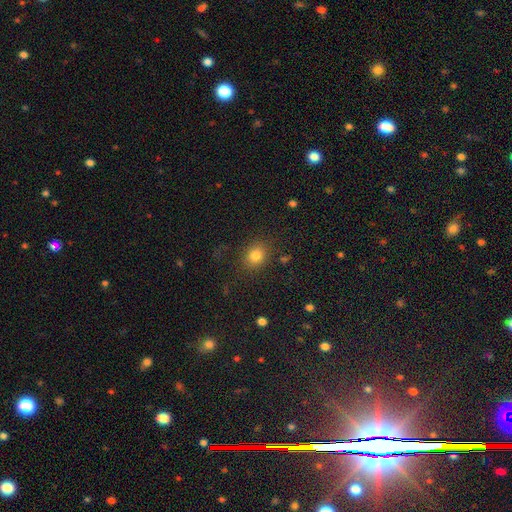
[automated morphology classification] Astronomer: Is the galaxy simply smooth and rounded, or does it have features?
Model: smooth — 80%.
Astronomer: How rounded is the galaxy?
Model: round — 61% (runner-up: in between, 38%).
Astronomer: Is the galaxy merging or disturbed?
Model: none — 83%.